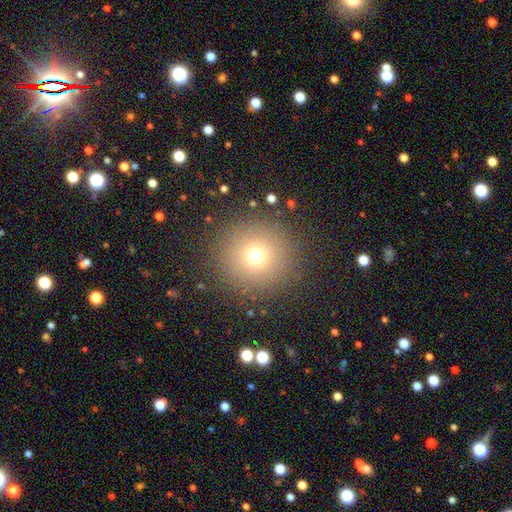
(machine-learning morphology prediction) The model was most divided on "smooth or featured": smooth: 69%, star or artifact: 21%, featured or disk: 10%. More confident: how rounded — round (95%); merging — none (89%).